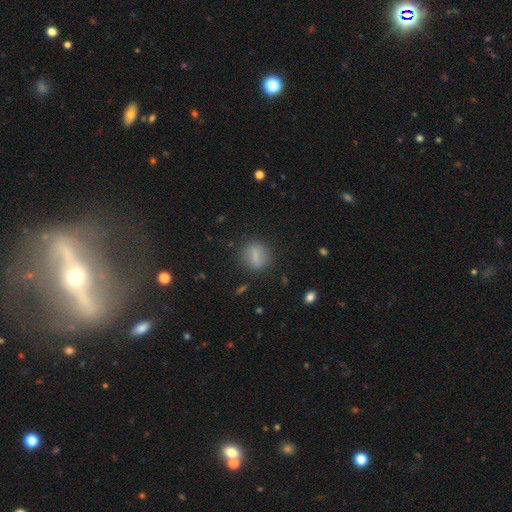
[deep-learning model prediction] This is likely a smooth galaxy (71%). How rounded: likely round (65%). Merging: clearly none (82%).